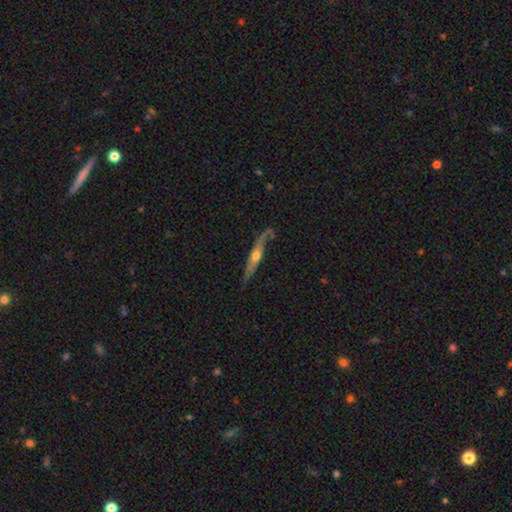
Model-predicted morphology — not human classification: type=featured or disk (64%); edge-on=yes (86%); edge-on bulge=rounded (85%); merging=none (69%).